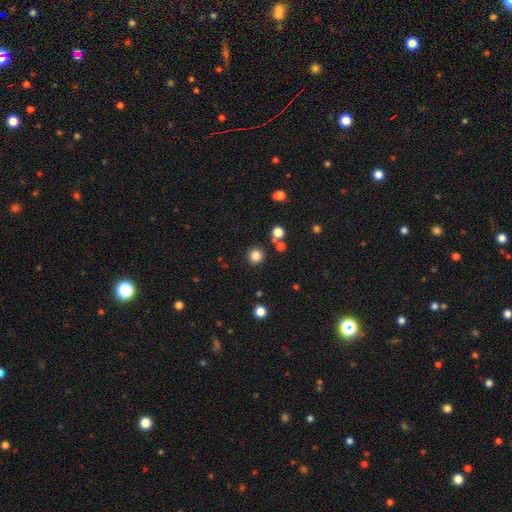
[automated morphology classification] This appears to be a smooth galaxy with no disk features (83%) that is round (94%). Merging: none (88%).